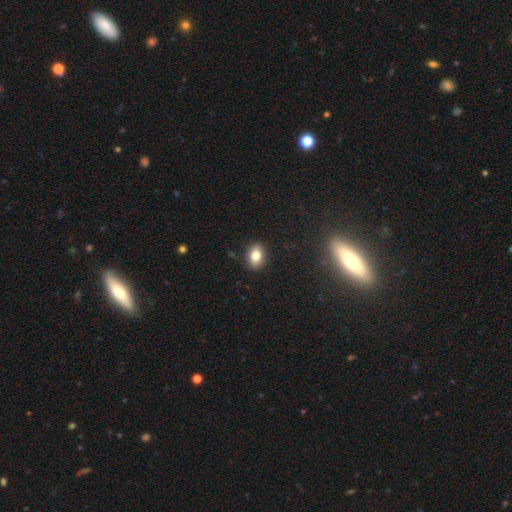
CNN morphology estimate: This is clearly a smooth galaxy (81%). How rounded: likely in between (76%). Merging: clearly none (88%).